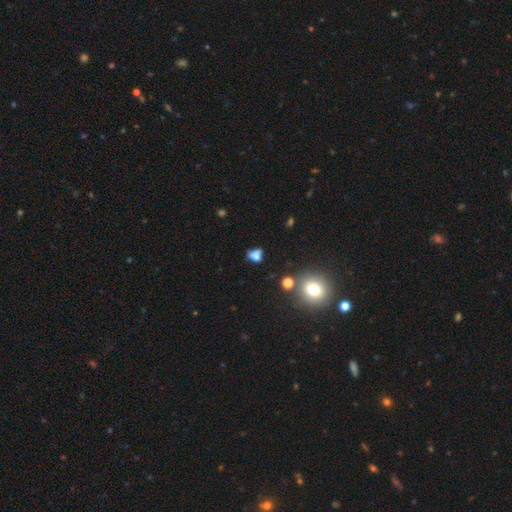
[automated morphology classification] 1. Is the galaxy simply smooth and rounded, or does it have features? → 68% smooth, 17% star or artifact, 15% featured or disk.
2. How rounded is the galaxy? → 62% in between, 35% round, 3% cigar-shaped.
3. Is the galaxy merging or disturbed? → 44% none, 22% minor disturbance, 22% merger, 11% major disturbance.